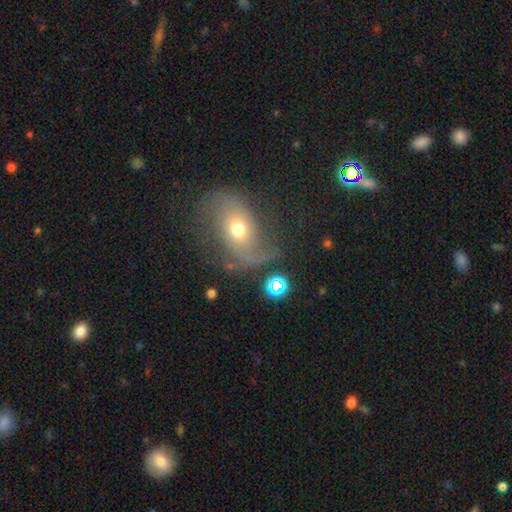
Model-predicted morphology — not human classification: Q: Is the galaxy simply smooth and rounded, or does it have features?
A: featured or disk — 69%.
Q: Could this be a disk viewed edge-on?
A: no — 95%.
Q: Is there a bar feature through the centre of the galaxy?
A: no — 66%.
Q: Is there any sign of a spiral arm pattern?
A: yes — 86%.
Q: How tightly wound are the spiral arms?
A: loose — 51%.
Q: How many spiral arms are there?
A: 2 — 76%.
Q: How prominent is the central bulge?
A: moderate — 62%.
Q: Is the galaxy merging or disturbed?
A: none — 59%.